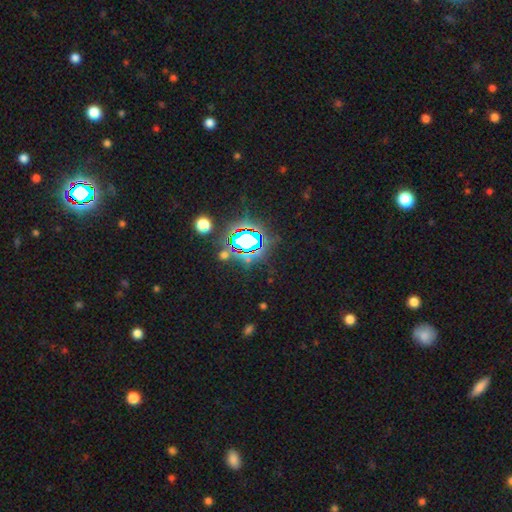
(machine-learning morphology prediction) Smooth or featured?
  - star or artifact: 81% *
  - smooth: 12%
  - featured or disk: 7%